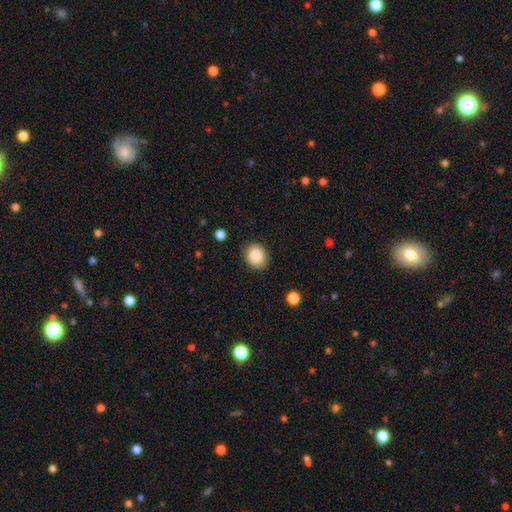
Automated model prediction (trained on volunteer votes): This is clearly a smooth galaxy (87%). How rounded: likely round (61%). Merging: clearly none (86%).